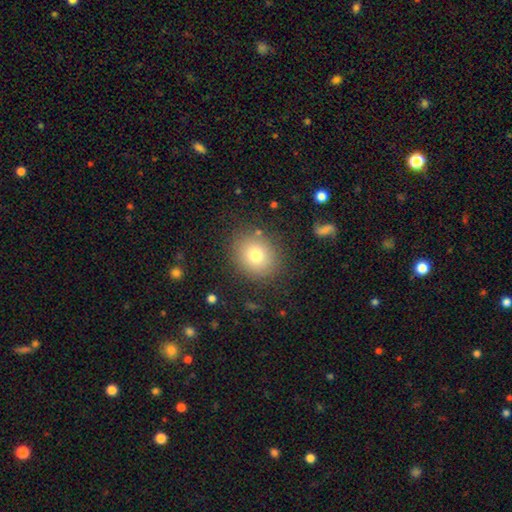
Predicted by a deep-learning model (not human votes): Overall: smooth (76%). How rounded: round (70%). Merging: none (84%).